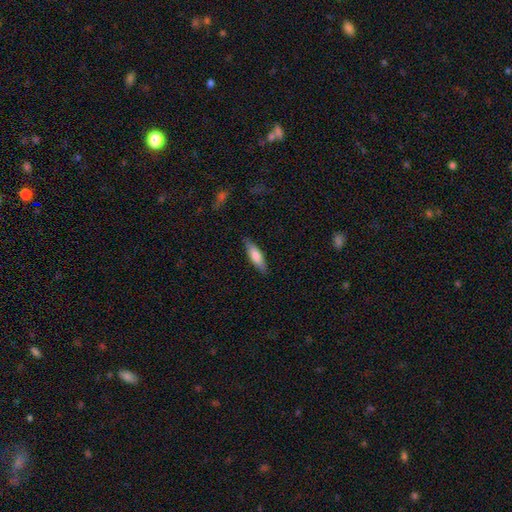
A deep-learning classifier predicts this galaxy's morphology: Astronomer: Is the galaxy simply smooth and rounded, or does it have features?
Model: smooth — 73%.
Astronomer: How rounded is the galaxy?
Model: cigar-shaped — 63%.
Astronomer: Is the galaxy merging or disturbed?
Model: none — 85%.